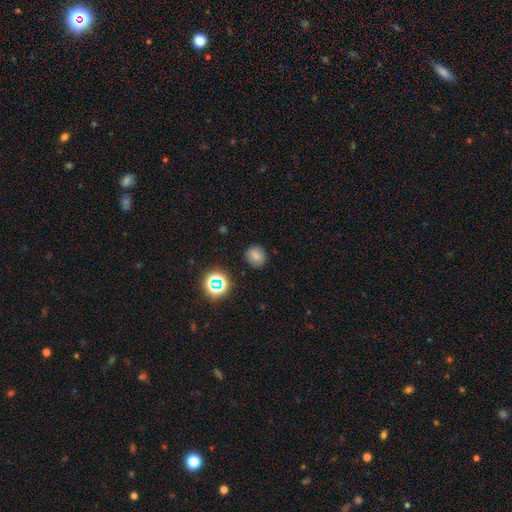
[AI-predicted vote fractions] The model was most divided on "smooth or featured": smooth: 75%, star or artifact: 17%, featured or disk: 8%. More confident: merging — none (86%); how rounded — round (80%).